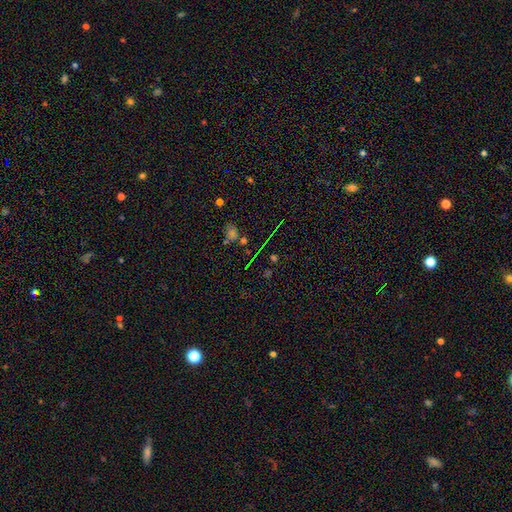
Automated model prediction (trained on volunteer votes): Overall: star or artifact (62%; smooth 24%).